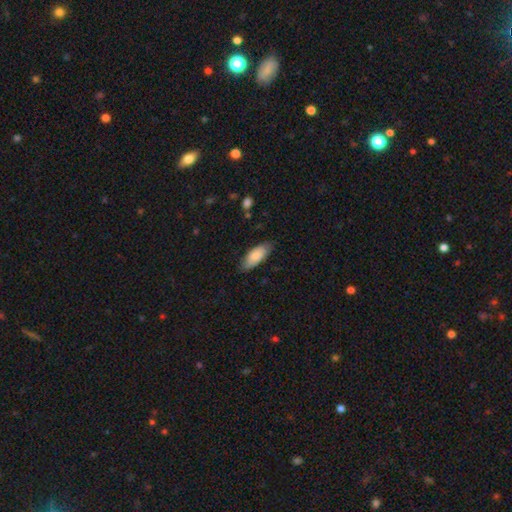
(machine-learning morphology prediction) A smooth galaxy with no disk features (84%) that is in between round and cigar-shaped (82%).

Vote fractions:
- Smooth or featured? smooth: 84% / featured or disk: 10% / star or artifact: 5%
- How rounded? in between: 82% / cigar-shaped: 16% / round: 2%
- Merging? none: 80% / minor disturbance: 16% / major disturbance: 3% / merger: 1%